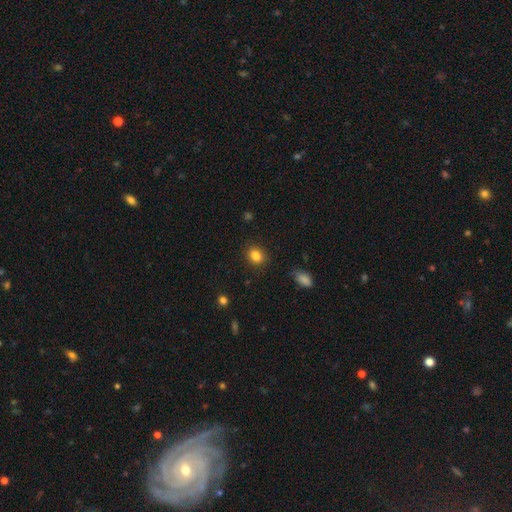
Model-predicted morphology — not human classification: Smooth or featured? Predicted: smooth (p=0.84). How rounded? Predicted: round (p=0.57). Merging? Predicted: none (p=0.86).